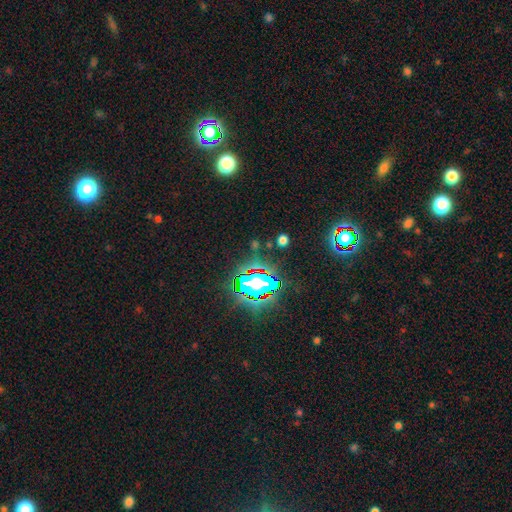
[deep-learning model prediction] star or artifact 78%, smooth 14%, featured or disk 9%.